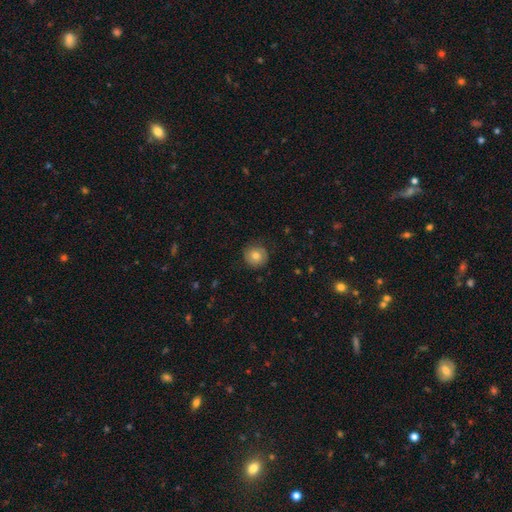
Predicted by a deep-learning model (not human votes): Smooth or featured? Predicted: smooth (p=0.67). How rounded? Predicted: round (p=0.92). Merging? Predicted: none (p=0.82).